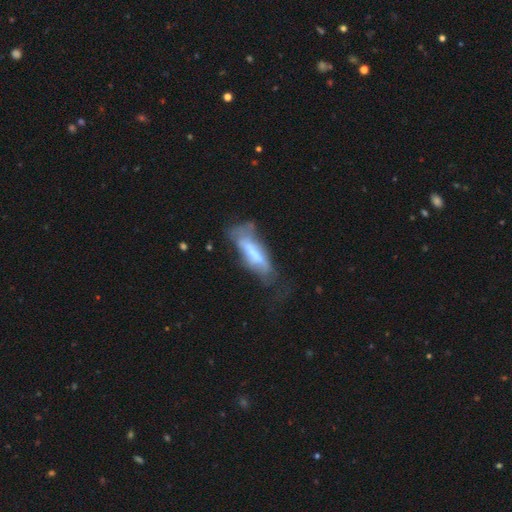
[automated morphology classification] Smooth or featured? Predicted: featured or disk (p=0.49). Merging? Predicted: none (p=0.36).